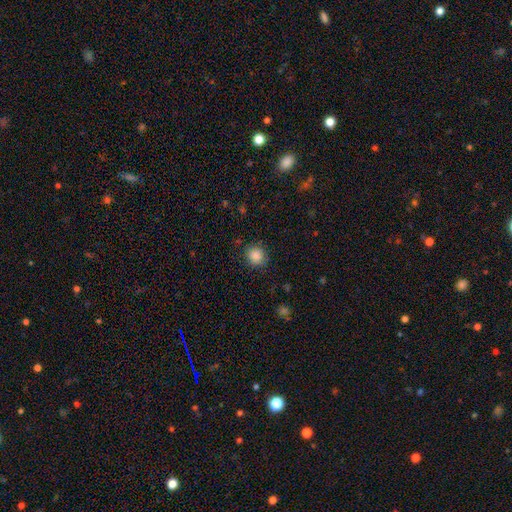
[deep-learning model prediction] smooth 86%, star or artifact 10%, featured or disk 4%. Down the decision tree: how rounded — round (84%); merging — none (86%).